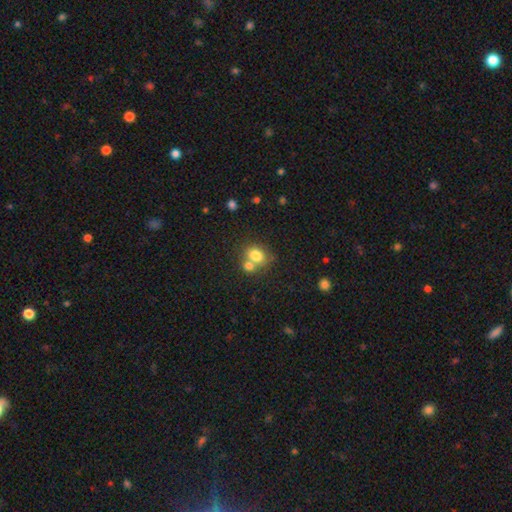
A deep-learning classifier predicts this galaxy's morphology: Smooth or featured?
  - smooth: 78% *
  - featured or disk: 11%
  - star or artifact: 10%
How rounded?
  - in between: 56% *
  - round: 43%
  - cigar-shaped: 1%
Merging?
  - merger: 44% *
  - none: 42%
  - minor disturbance: 10%
  - major disturbance: 4%